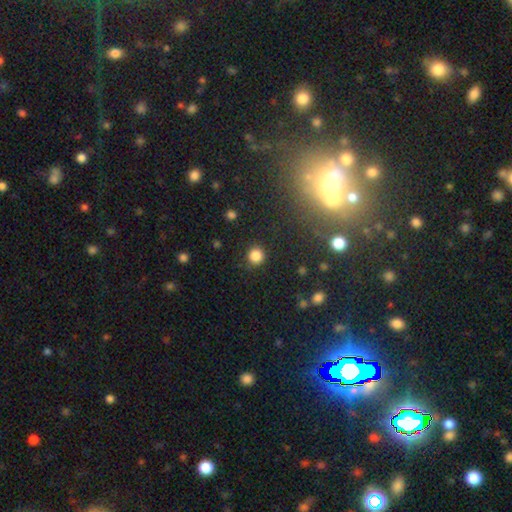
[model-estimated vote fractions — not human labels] Q: Smooth or featured?
A: smooth (84%); runner-up: star or artifact (12%)
Q: How rounded?
A: round (93%); runner-up: in between (6%)
Q: Merging?
A: none (89%); runner-up: minor disturbance (7%)